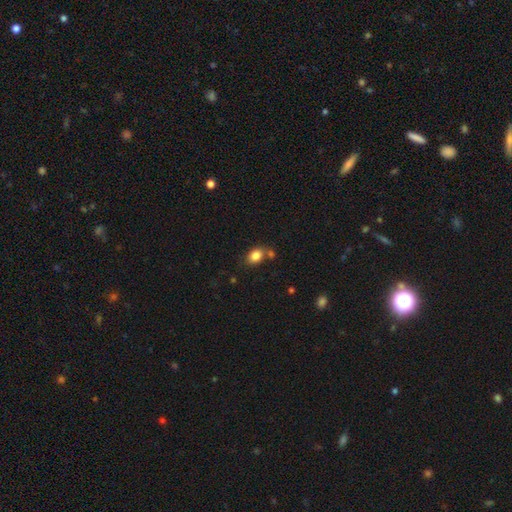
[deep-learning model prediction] Smooth or featured?
  - smooth: 84% *
  - star or artifact: 10%
  - featured or disk: 7%
How rounded?
  - in between: 69% *
  - round: 30%
  - cigar-shaped: 1%
Merging?
  - none: 66% *
  - merger: 16%
  - minor disturbance: 14%
  - major disturbance: 4%